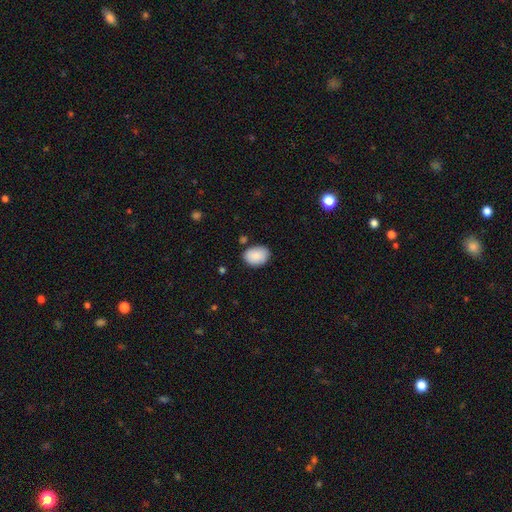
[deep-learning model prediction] Q: Smooth or featured?
A: smooth (89%); runner-up: star or artifact (7%)
Q: How rounded?
A: in between (67%); runner-up: round (32%)
Q: Merging?
A: none (76%); runner-up: minor disturbance (17%)